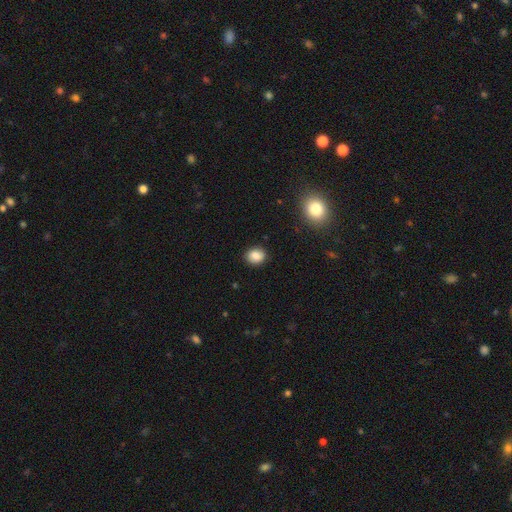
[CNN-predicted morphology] smooth 84%, star or artifact 10%, featured or disk 6%. Down the decision tree: how rounded — round (61%); merging — none (88%).